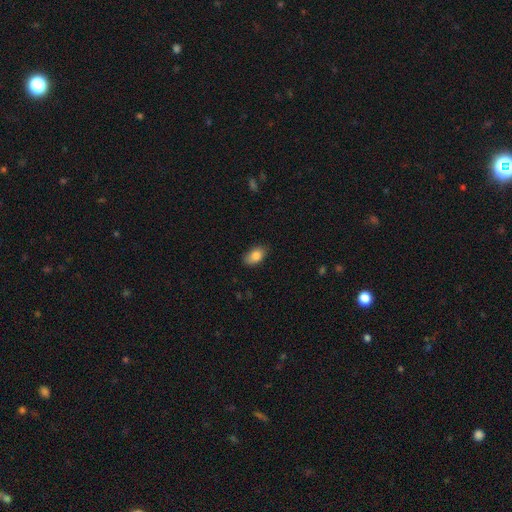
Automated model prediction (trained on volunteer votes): A smooth galaxy with no disk features (85%) that is in between round and cigar-shaped (89%).

Vote fractions:
- Smooth or featured? smooth: 85% / star or artifact: 8% / featured or disk: 7%
- How rounded? in between: 89% / round: 9% / cigar-shaped: 2%
- Merging? none: 80% / minor disturbance: 16% / major disturbance: 3% / merger: 1%